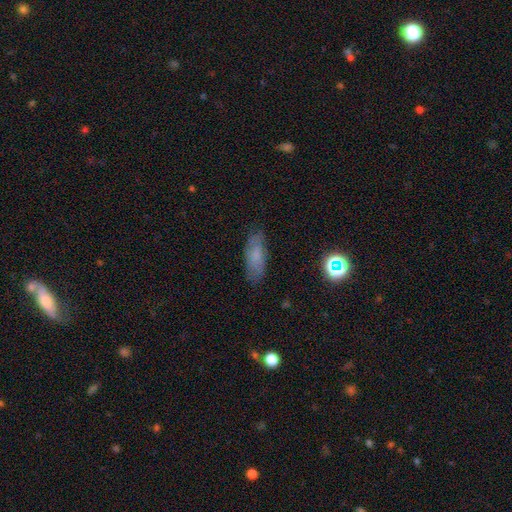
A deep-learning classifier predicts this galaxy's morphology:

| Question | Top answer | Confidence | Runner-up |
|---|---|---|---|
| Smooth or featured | smooth | 67% | featured or disk (22%) |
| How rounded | in between | 68% | cigar-shaped (29%) |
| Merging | none | 78% | minor disturbance (16%) |